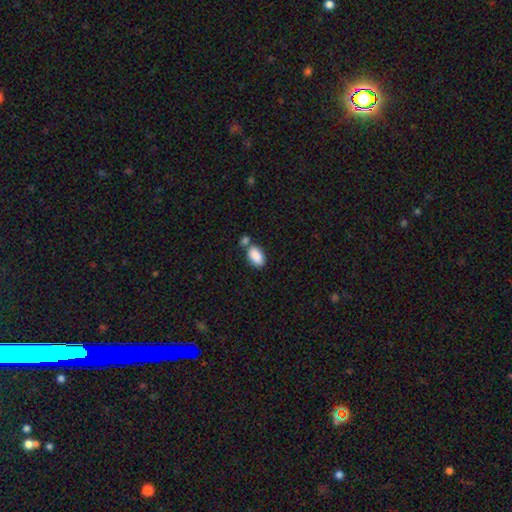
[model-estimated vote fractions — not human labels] Smooth or featured? Predicted: smooth (p=0.88). How rounded? Predicted: in between (p=0.93). Merging? Predicted: none (p=0.57).